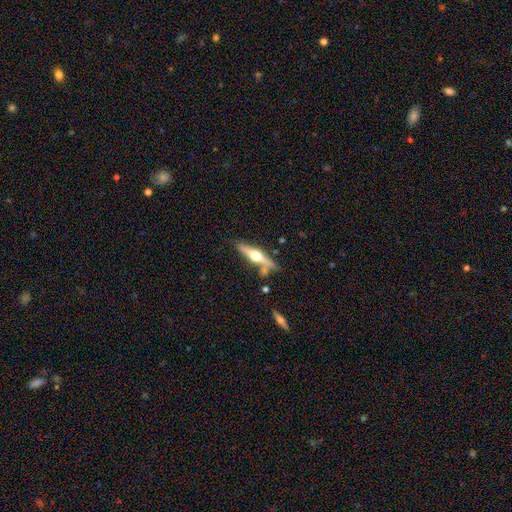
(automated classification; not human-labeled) The model was most divided on "smooth or featured": featured or disk: 67%, smooth: 27%, star or artifact: 5%. More confident: edge-on disk — yes (96%); edge-on bulge — rounded (96%); merging — none (73%).